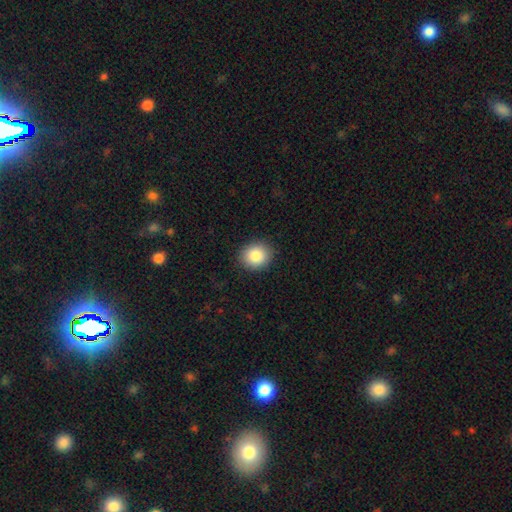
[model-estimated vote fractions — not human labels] Smooth or featured?
  - smooth: 85% *
  - star or artifact: 9%
  - featured or disk: 6%
How rounded?
  - round: 77% *
  - in between: 22%
  - cigar-shaped: 1%
Merging?
  - none: 90% *
  - minor disturbance: 7%
  - major disturbance: 2%
  - merger: 1%